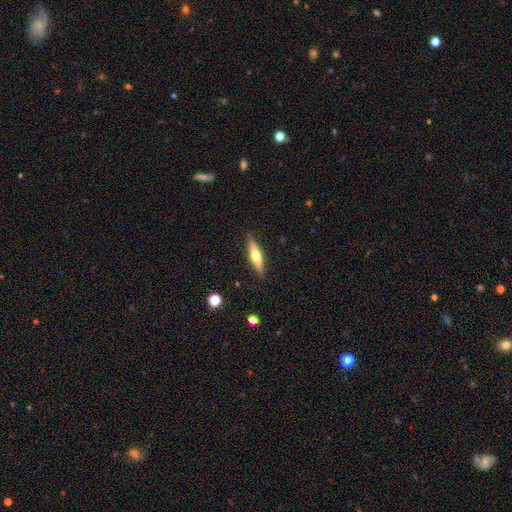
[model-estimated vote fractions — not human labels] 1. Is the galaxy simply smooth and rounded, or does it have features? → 51% featured or disk, 43% smooth, 6% star or artifact.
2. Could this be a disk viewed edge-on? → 92% yes, 8% no.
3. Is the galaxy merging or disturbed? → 89% none, 8% minor disturbance, 2% major disturbance, 1% merger.